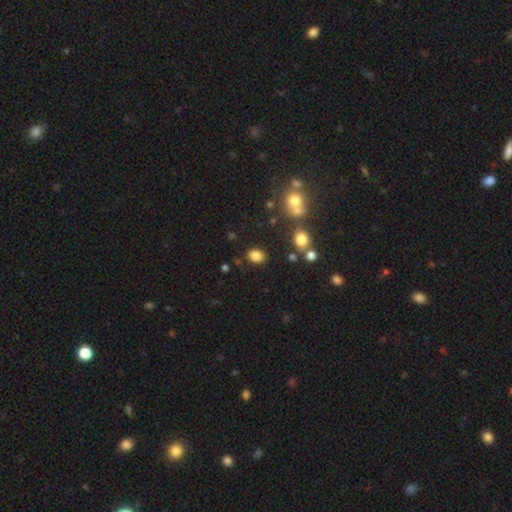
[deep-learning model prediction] smooth-or-featured: smooth: 83% | star or artifact: 12% | featured or disk: 5%
  how-rounded: in between: 61% | round: 38% | cigar-shaped: 1%
  merging: none: 83% | minor disturbance: 10% | merger: 4% | major disturbance: 3%